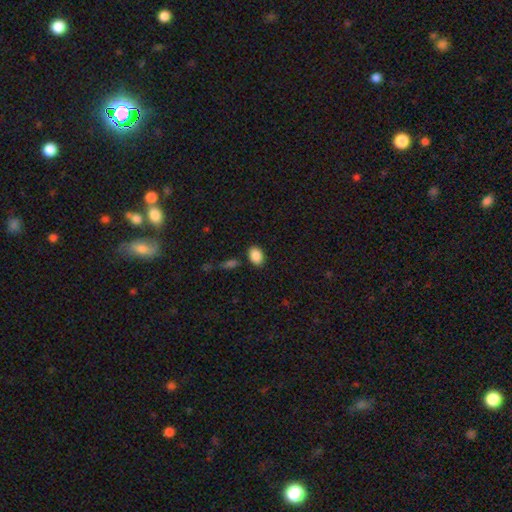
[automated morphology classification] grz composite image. It shows a smooth galaxy with no disk features (88%) that is in between round and cigar-shaped (76%). Merging: none (84%).